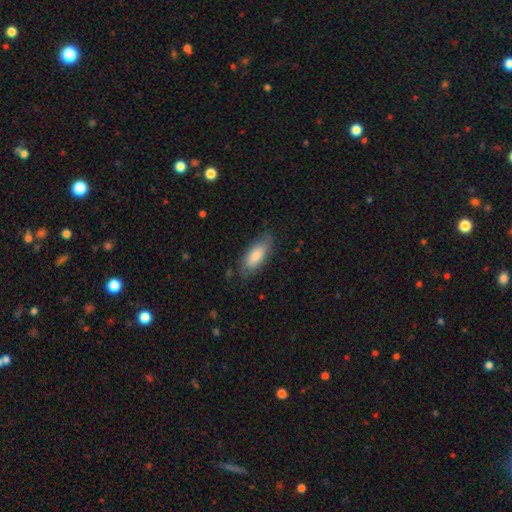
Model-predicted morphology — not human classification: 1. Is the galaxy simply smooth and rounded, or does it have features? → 79% smooth, 15% featured or disk, 6% star or artifact.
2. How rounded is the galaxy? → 75% in between, 23% cigar-shaped, 2% round.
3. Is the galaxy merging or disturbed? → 78% none, 17% minor disturbance, 4% major disturbance, 1% merger.